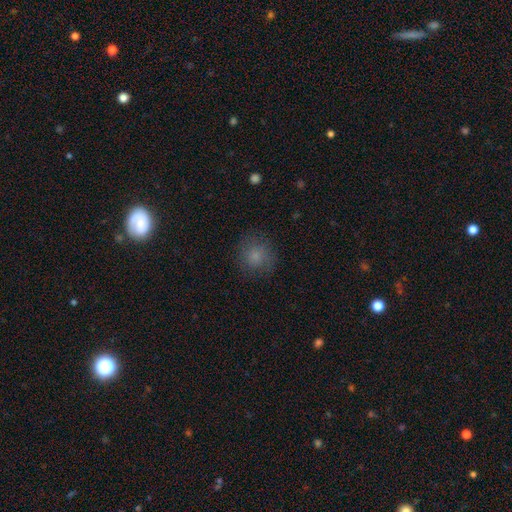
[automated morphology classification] Smooth or featured? smooth (80%)
How rounded? round (89%)
Merging? none (80%)